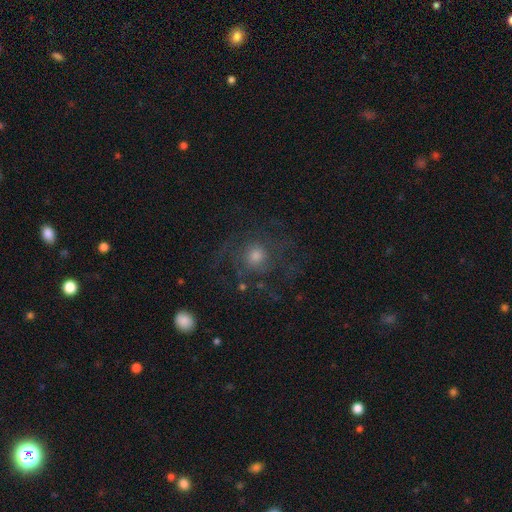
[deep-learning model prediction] Smooth or featured? Predicted: featured or disk (p=0.55). Edge-on disk? Predicted: no (p=0.97). Bar? Predicted: no (p=0.82). Spiral arms? Predicted: yes (p=0.76). Bulge size? Predicted: moderate (p=0.51). Merging? Predicted: none (p=0.62).